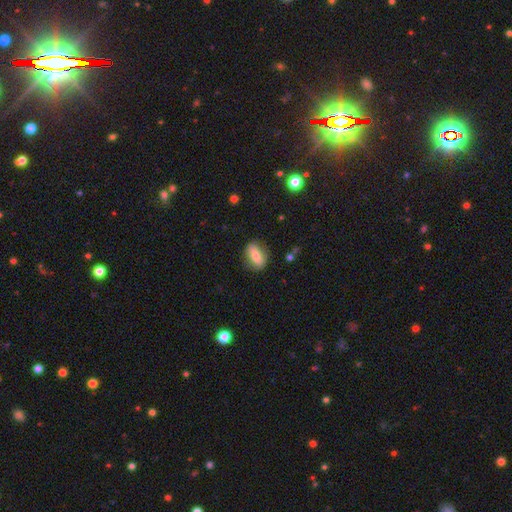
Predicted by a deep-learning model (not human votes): smooth 64%, featured or disk 28%, star or artifact 7%. Down the decision tree: how rounded — in between (77%); merging — none (80%).